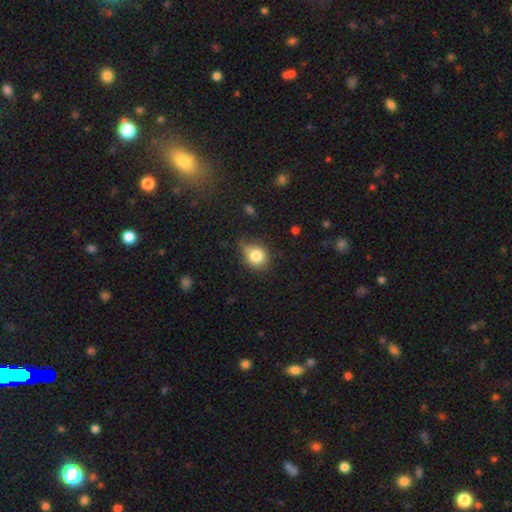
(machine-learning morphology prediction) smooth-or-featured: smooth: 81% | star or artifact: 11% | featured or disk: 8%
  how-rounded: round: 78% | in between: 21% | cigar-shaped: 1%
  merging: none: 62% | minor disturbance: 28% | major disturbance: 7% | merger: 4%